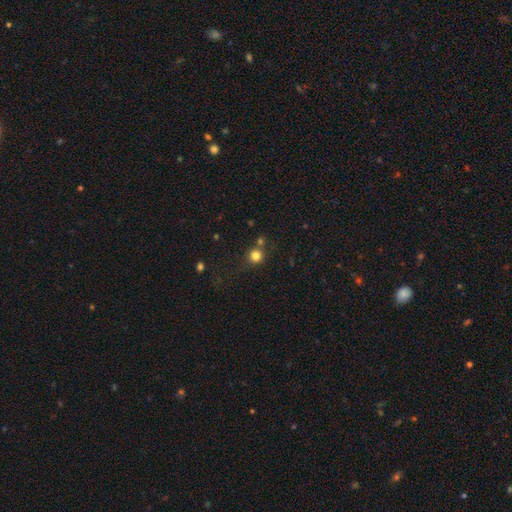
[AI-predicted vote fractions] Q: Smooth or featured?
A: smooth (81%); runner-up: star or artifact (13%)
Q: How rounded?
A: round (91%); runner-up: in between (8%)
Q: Merging?
A: none (69%); runner-up: merger (15%)